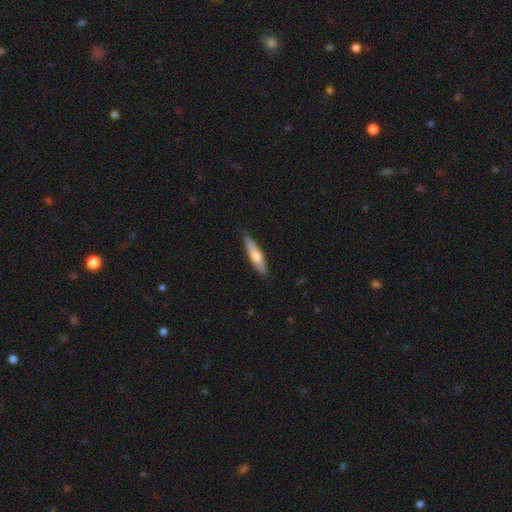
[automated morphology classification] smooth 61%, featured or disk 34%, star or artifact 5%. Down the decision tree: how rounded — cigar-shaped (80%); merging — none (87%).